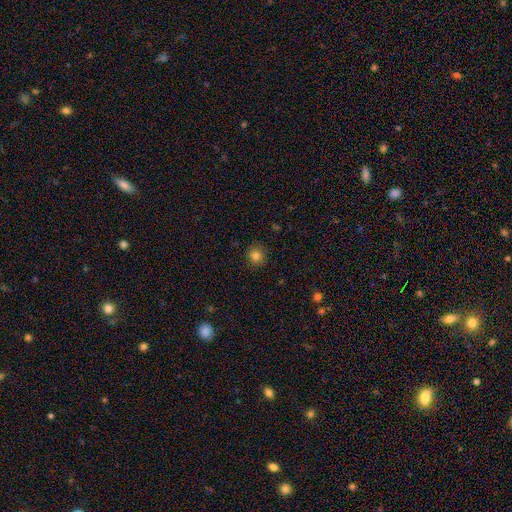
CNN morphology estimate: smooth_or_featured: smooth (p=0.81) [alt: star or artifact p=0.13]
how_rounded: round (p=0.91) [alt: in between p=0.08]
merging: none (p=0.89) [alt: minor disturbance p=0.08]